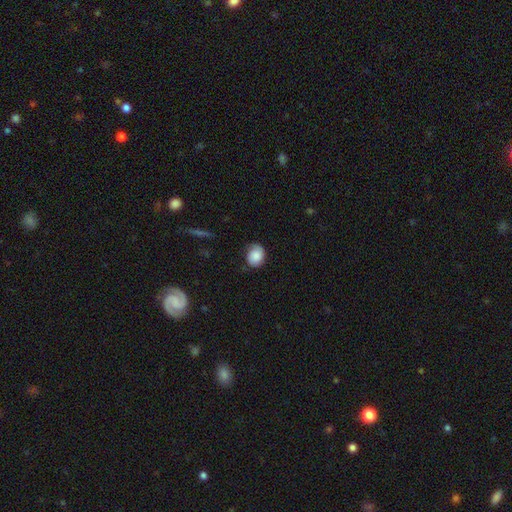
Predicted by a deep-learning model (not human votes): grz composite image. It shows a smooth galaxy with no disk features (76%) that is round (53%). Merging: none (63%).